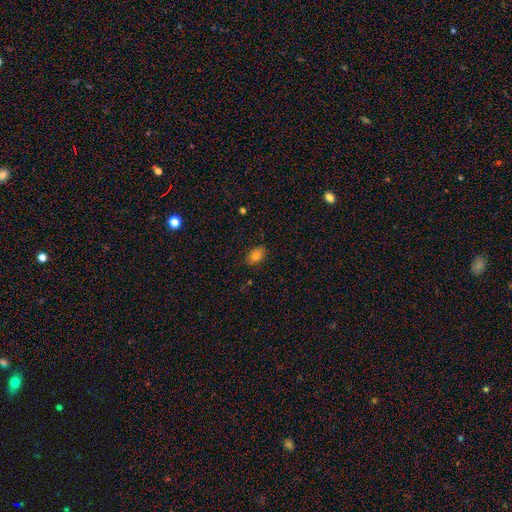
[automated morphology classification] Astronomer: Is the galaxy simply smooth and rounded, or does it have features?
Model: smooth — 81%.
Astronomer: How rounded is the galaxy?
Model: in between — 87%.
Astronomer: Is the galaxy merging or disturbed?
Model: none — 83%.